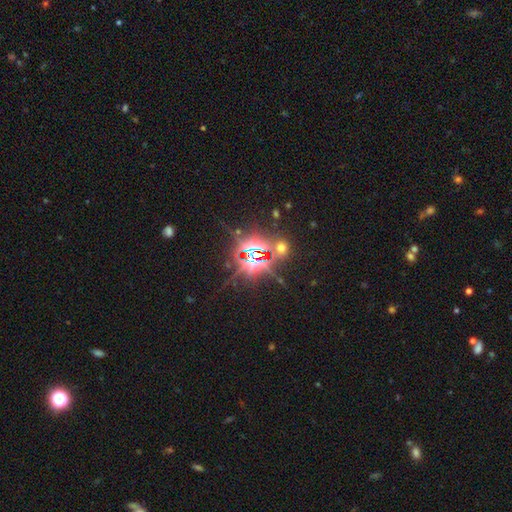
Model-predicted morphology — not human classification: type=star or artifact (82%).